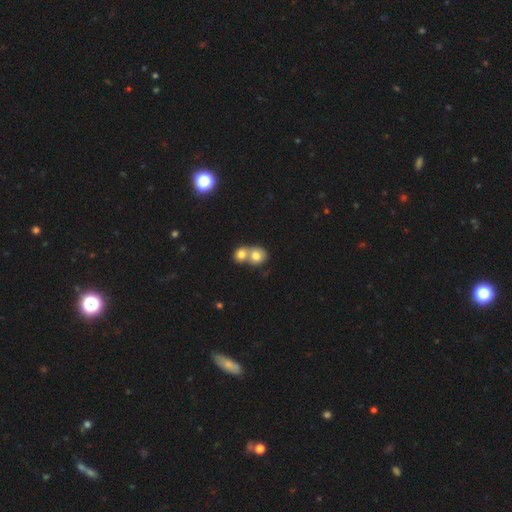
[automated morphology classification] Overall: smooth (76%). How rounded: round (77%). Merging: merger (68%).